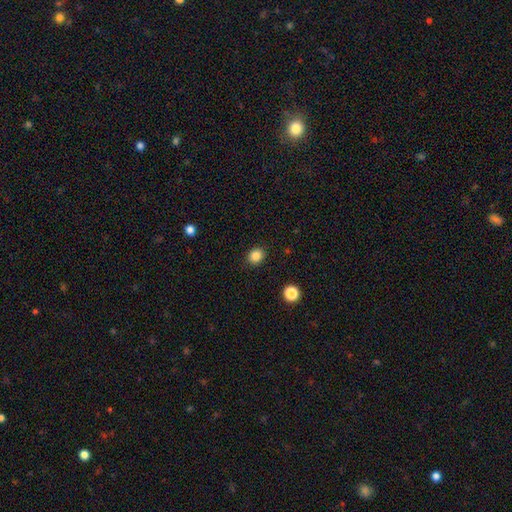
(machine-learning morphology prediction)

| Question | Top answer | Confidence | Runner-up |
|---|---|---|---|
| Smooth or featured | smooth | 85% | star or artifact (11%) |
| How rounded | round | 64% | in between (35%) |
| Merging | none | 89% | minor disturbance (7%) |